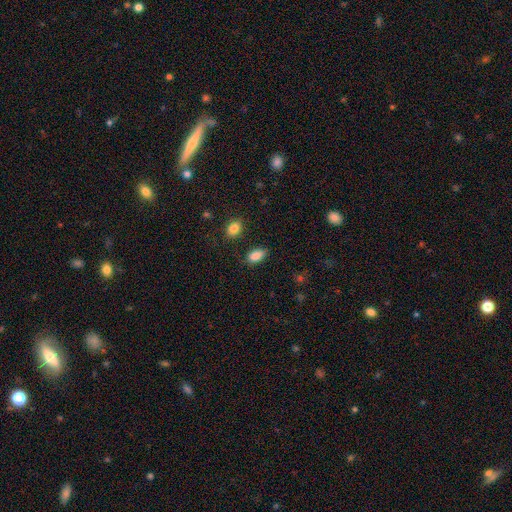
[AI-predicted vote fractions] smooth 87%, star or artifact 8%, featured or disk 4%. Down the decision tree: how rounded — in between (91%); merging — none (81%).